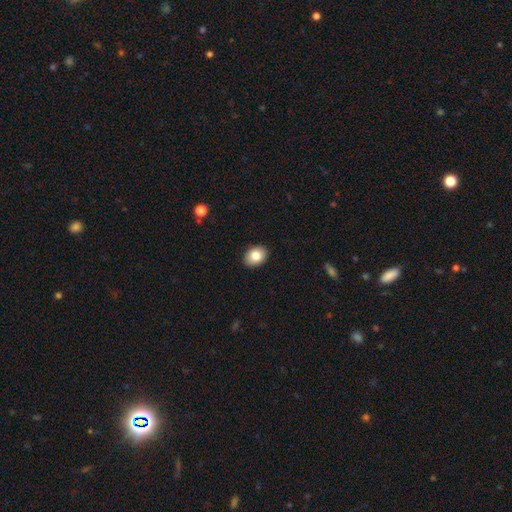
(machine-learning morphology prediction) A smooth galaxy with no disk features (84%) that is in between round and cigar-shaped (70%).

Vote fractions:
- Smooth or featured? smooth: 84% / featured or disk: 8% / star or artifact: 8%
- How rounded? in between: 70% / round: 29% / cigar-shaped: 1%
- Merging? none: 90% / minor disturbance: 7% / major disturbance: 2% / merger: 1%